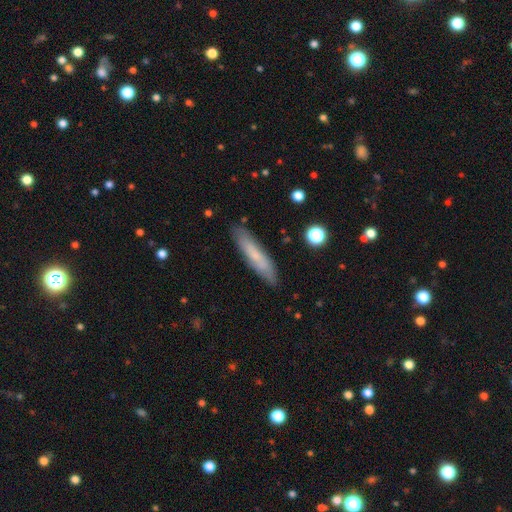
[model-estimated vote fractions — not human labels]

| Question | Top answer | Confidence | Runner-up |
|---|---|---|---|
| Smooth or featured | smooth | 64% | featured or disk (29%) |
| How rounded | cigar-shaped | 81% | in between (17%) |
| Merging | none | 84% | minor disturbance (12%) |